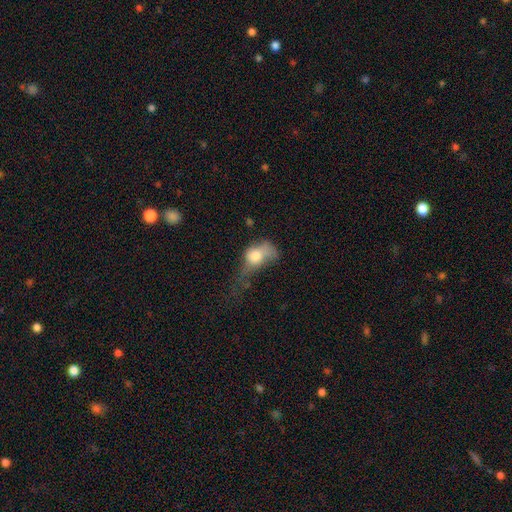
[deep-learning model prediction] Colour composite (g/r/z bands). It shows a smooth galaxy with no disk features (67%) that is in between round and cigar-shaped (68%). Merging: major disturbance (55%).